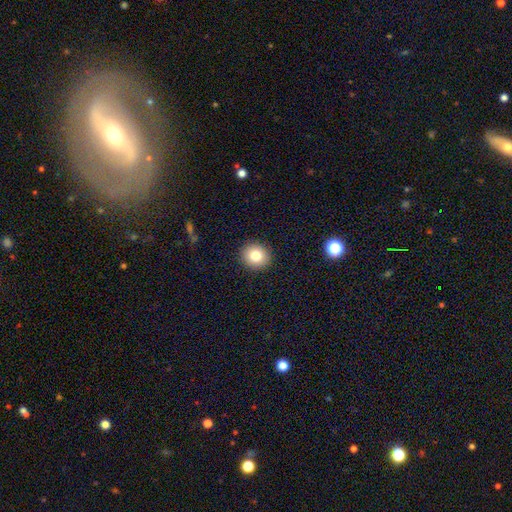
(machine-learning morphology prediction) Smooth or featured?
  - smooth: 80% *
  - star or artifact: 10%
  - featured or disk: 9%
How rounded?
  - round: 85% *
  - in between: 14%
  - cigar-shaped: 1%
Merging?
  - none: 92% *
  - minor disturbance: 6%
  - major disturbance: 2%
  - merger: 1%